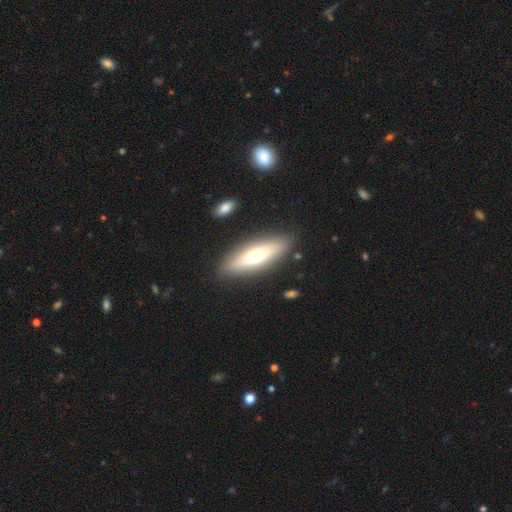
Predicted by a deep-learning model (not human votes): A smooth galaxy with no disk features (59%) that is cigar-shaped (50%).

Vote fractions:
- Smooth or featured? smooth: 59% / featured or disk: 35% / star or artifact: 7%
- How rounded? cigar-shaped: 50% / in between: 48% / round: 2%
- Merging? none: 87% / minor disturbance: 8% / major disturbance: 3% / merger: 2%